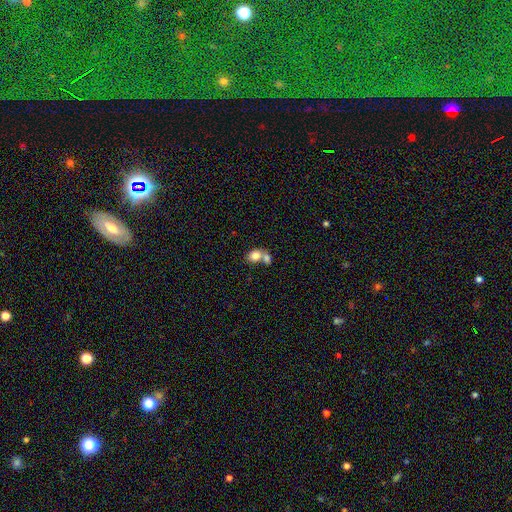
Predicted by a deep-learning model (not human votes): Overall: smooth (80%). How rounded: in between (52%; round 47%). Merging: merger (60%; none 30%).